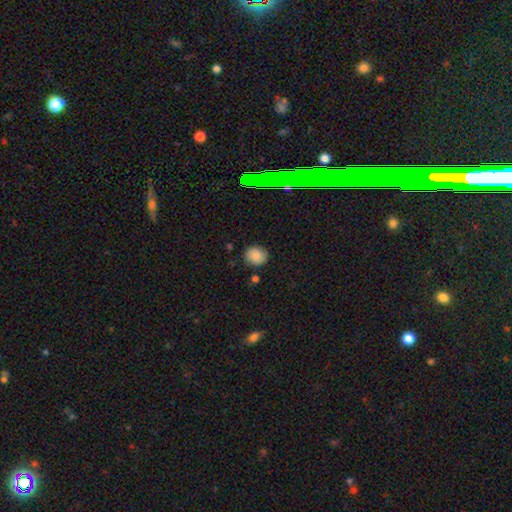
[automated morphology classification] Smooth or featured? Predicted: smooth (p=0.83). How rounded? Predicted: round (p=0.76). Merging? Predicted: none (p=0.83).